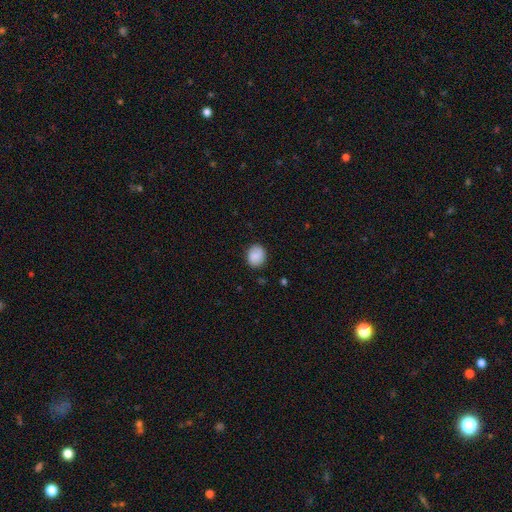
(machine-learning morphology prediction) Smooth or featured: smooth — 86% (star or artifact — 8%)
How rounded: round — 63% (in between — 36%)
Merging: none — 85% (minor disturbance — 11%)